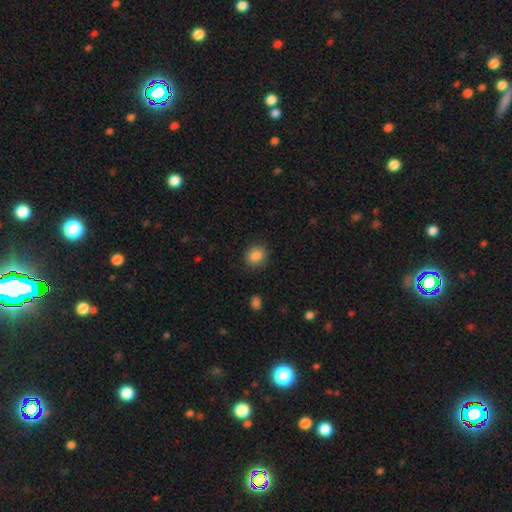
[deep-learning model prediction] smooth-or-featured: smooth: 86% | star or artifact: 9% | featured or disk: 5%
  how-rounded: round: 71% | in between: 28% | cigar-shaped: 1%
  merging: none: 88% | minor disturbance: 8% | major disturbance: 3% | merger: 1%